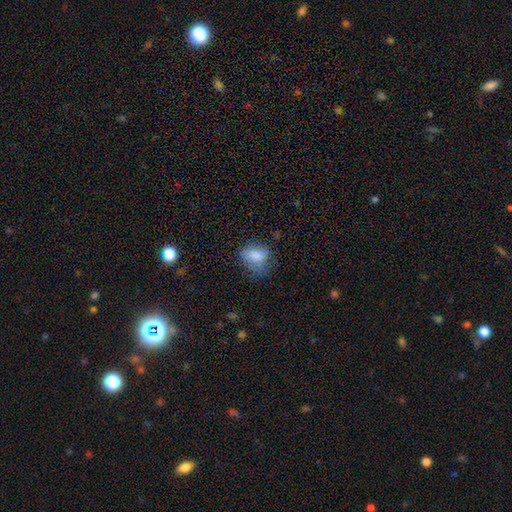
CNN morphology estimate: smooth 81%, featured or disk 11%, star or artifact 9%. Down the decision tree: how rounded — in between (69%); merging — none (48%).